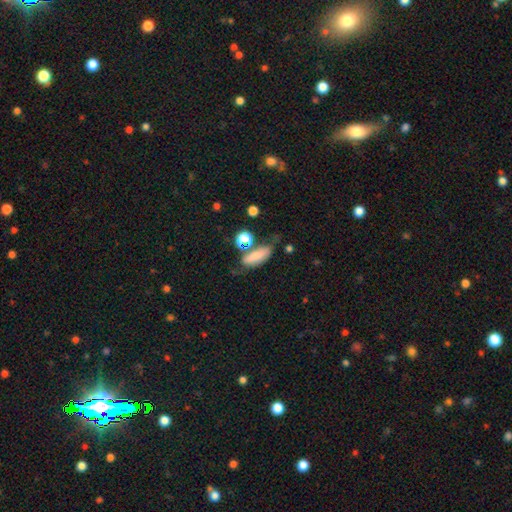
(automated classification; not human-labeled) Q: Smooth or featured?
A: smooth (74%); runner-up: featured or disk (16%)
Q: How rounded?
A: in between (70%); runner-up: cigar-shaped (23%)
Q: Merging?
A: none (54%); runner-up: minor disturbance (24%)